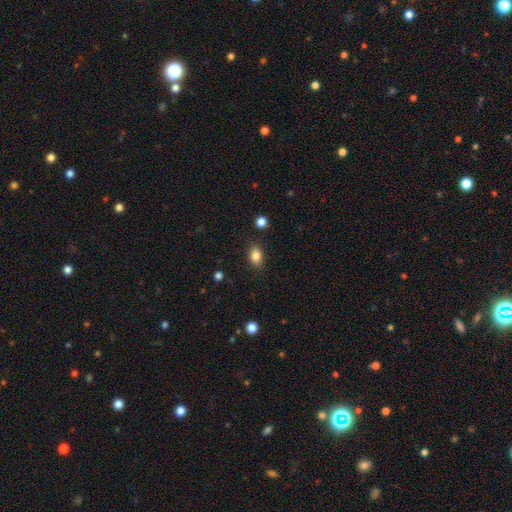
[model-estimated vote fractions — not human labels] Morphology: type=smooth (84%); roundness=in between (79%); merging=none (85%).